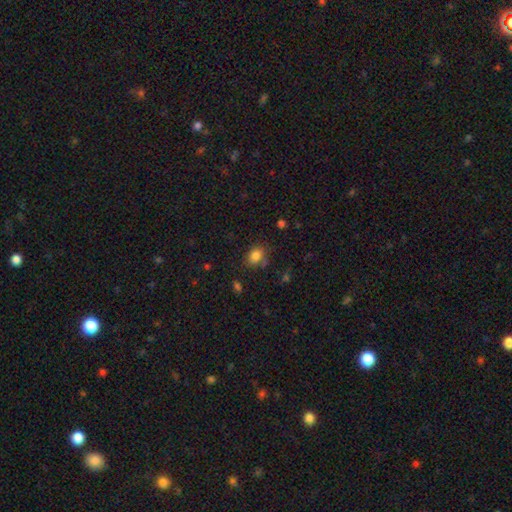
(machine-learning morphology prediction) Smooth or featured? Predicted: smooth (p=0.83). How rounded? Predicted: in between (p=0.59). Merging? Predicted: none (p=0.70).